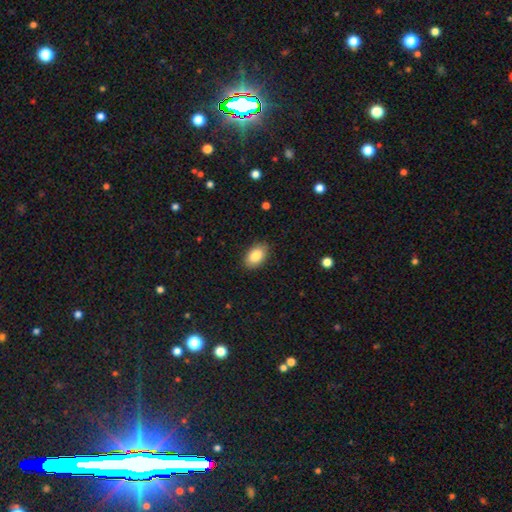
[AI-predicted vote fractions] smooth-or-featured: smooth: 86% | featured or disk: 7% | star or artifact: 7%
  how-rounded: in between: 90% | round: 9% | cigar-shaped: 1%
  merging: none: 87% | minor disturbance: 10% | major disturbance: 2% | merger: 1%